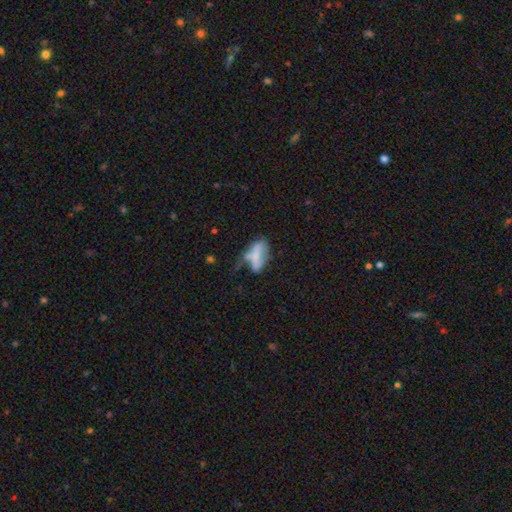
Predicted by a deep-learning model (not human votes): smooth 56%, featured or disk 34%, star or artifact 10%. Down the decision tree: how rounded — in between (84%); merging — major disturbance (34%).